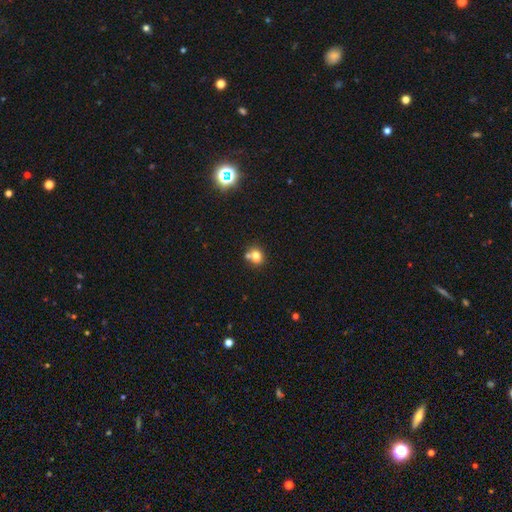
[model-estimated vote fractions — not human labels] This appears to be a smooth galaxy with no disk features (76%) that is round (65%). Merging: none (54%).